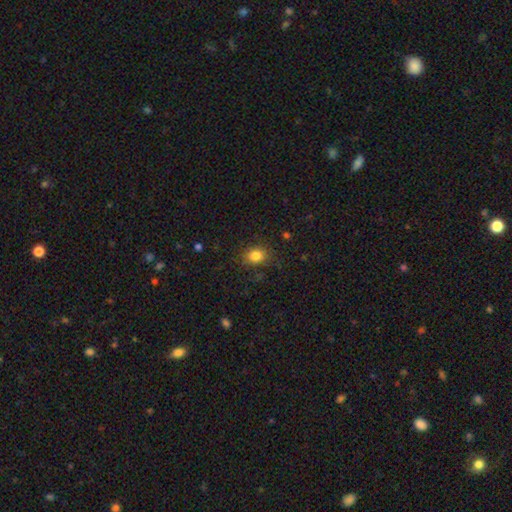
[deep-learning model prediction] smooth-or-featured: smooth: 83% | star or artifact: 11% | featured or disk: 6%
  how-rounded: round: 50% | in between: 49% | cigar-shaped: 1%
  merging: none: 82% | minor disturbance: 13% | major disturbance: 4% | merger: 1%